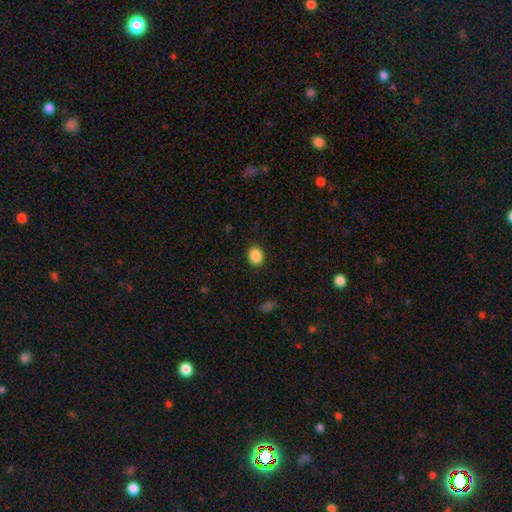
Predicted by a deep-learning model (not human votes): The model was most divided on "how rounded": round: 51%, in between: 48%, cigar-shaped: 1%. More confident: merging — none (89%); smooth or featured — smooth (89%).